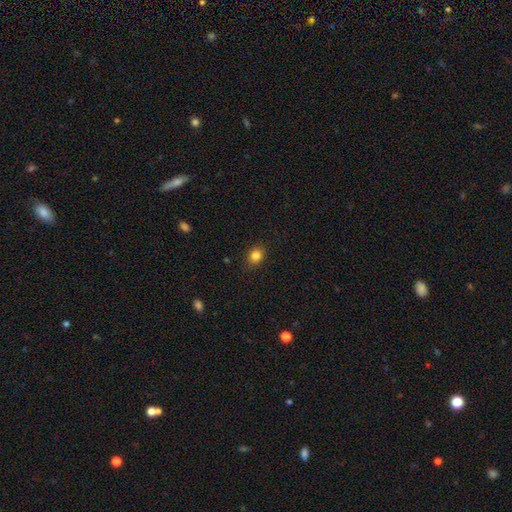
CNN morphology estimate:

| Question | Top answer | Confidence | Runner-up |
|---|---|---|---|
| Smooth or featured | smooth | 84% | star or artifact (11%) |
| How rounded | round | 62% | in between (37%) |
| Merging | none | 88% | minor disturbance (9%) |